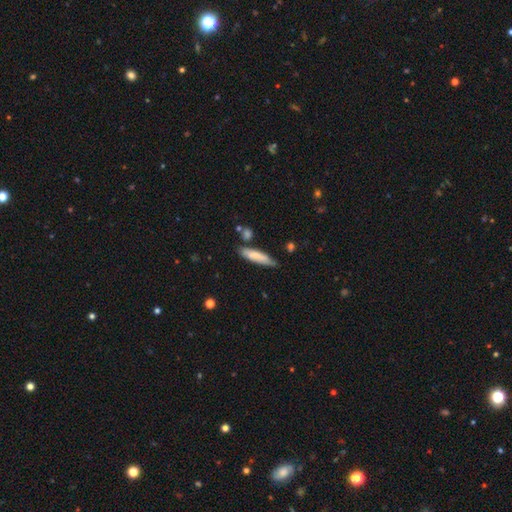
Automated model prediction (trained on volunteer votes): This appears to be a smooth galaxy with no disk features (73%) that is cigar-shaped (75%). Merging: none (68%).